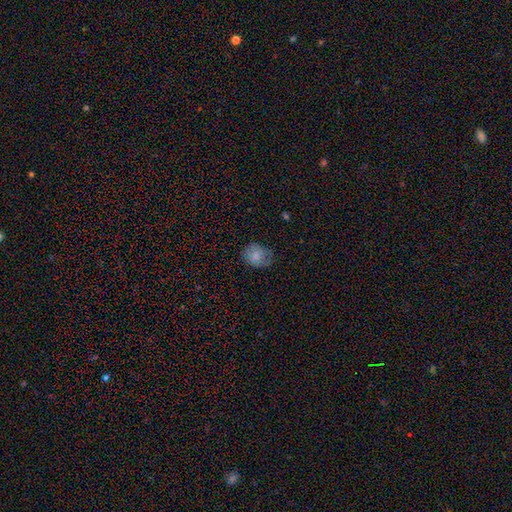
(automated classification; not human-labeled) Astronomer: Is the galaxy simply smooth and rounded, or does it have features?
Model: smooth — 78%.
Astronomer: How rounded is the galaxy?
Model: round — 51% (runner-up: in between, 48%).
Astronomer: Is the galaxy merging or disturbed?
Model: none — 59%.